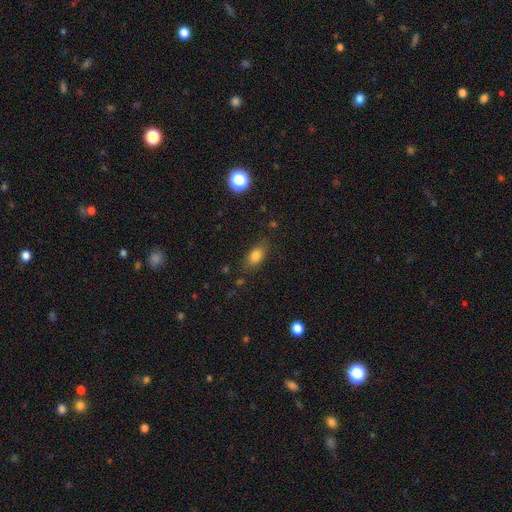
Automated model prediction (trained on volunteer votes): A smooth galaxy with no disk features (79%) that is in between round and cigar-shaped (81%).

Vote fractions:
- Smooth or featured? smooth: 79% / star or artifact: 11% / featured or disk: 10%
- How rounded? in between: 81% / round: 12% / cigar-shaped: 6%
- Merging? none: 78% / minor disturbance: 15% / major disturbance: 5% / merger: 2%